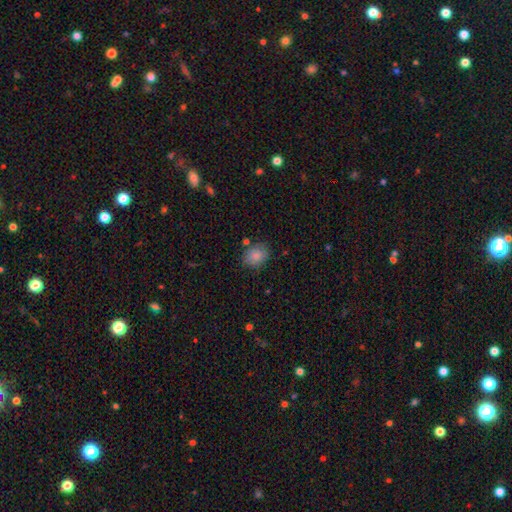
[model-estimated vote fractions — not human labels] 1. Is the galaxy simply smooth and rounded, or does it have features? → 85% smooth, 9% star or artifact, 6% featured or disk.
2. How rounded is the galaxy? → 56% in between, 43% round, 1% cigar-shaped.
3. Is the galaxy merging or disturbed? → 78% none, 15% minor disturbance, 4% merger, 4% major disturbance.